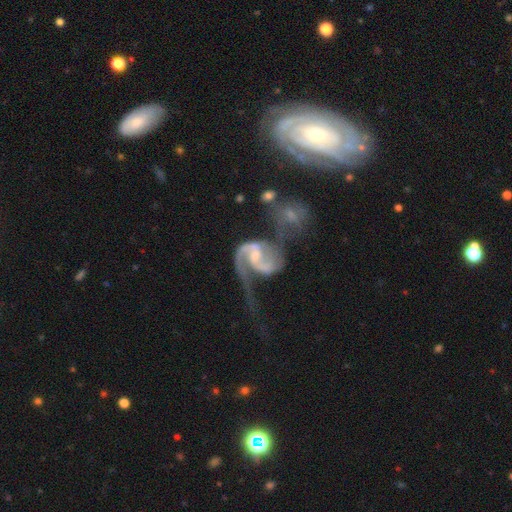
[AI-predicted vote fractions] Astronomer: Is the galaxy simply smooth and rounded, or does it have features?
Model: featured or disk — 90%.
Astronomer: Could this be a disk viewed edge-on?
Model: no — 98%.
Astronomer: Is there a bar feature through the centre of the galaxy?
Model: weak — 49% (runner-up: no, 31%).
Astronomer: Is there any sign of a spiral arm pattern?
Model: yes — 97%.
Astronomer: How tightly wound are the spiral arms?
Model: medium — 46% (runner-up: loose, 38%).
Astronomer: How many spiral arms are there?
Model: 2 — 81%.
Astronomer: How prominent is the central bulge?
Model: small — 53% (runner-up: moderate, 37%).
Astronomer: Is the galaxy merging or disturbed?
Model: merger — 37% (runner-up: major disturbance, 29%).